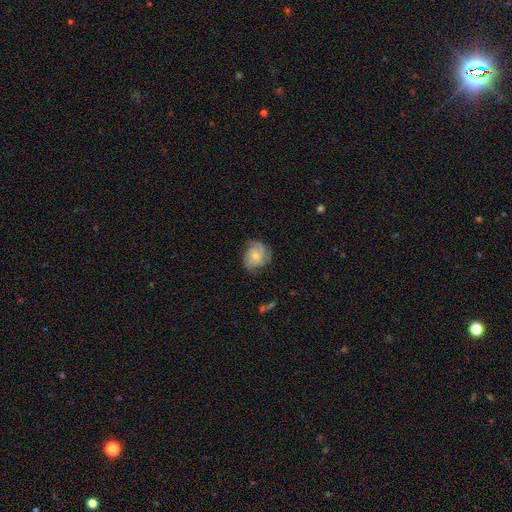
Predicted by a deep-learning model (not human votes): Morphology: type=featured or disk (74%); edge-on=no (98%); bar=no (70%); spiral arms=yes (94%); winding=tight (52%); arm count=3 (38%); bulge=small (53%); merging=none (68%).